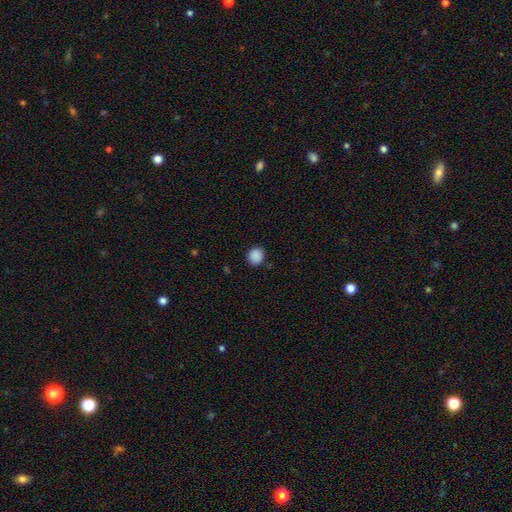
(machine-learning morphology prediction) smooth-or-featured: smooth: 88% | star or artifact: 9% | featured or disk: 3%
  how-rounded: round: 82% | in between: 17% | cigar-shaped: 1%
  merging: none: 89% | minor disturbance: 8% | major disturbance: 2% | merger: 1%